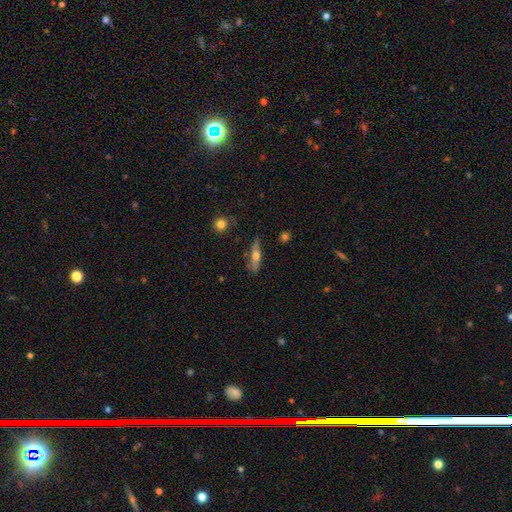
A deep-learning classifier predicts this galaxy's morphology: A featured or disk galaxy (48%).

Vote fractions:
- Smooth or featured? featured or disk: 48% / smooth: 45% / star or artifact: 7%
- Merging? none: 77% / minor disturbance: 16% / major disturbance: 4% / merger: 3%